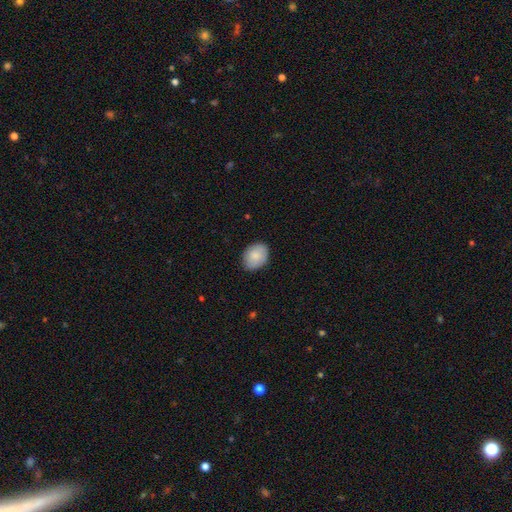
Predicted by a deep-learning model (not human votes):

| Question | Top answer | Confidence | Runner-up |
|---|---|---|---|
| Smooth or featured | smooth | 85% | featured or disk (9%) |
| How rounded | in between | 68% | round (31%) |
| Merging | none | 83% | minor disturbance (13%) |